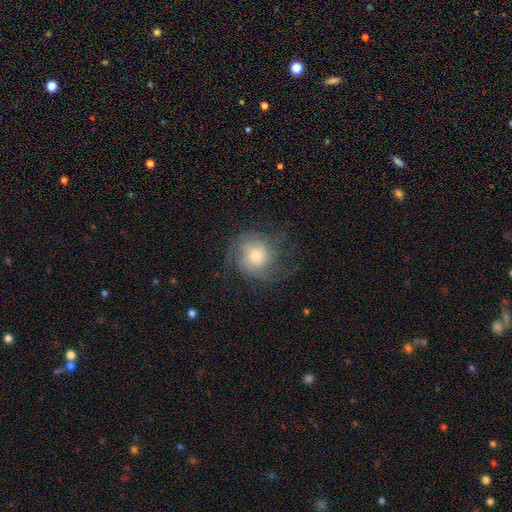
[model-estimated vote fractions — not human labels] A featured or disk galaxy (57%) with no bar (79%), spiral arms (84%) and a moderate central bulge (57%). Merging: none (64%).